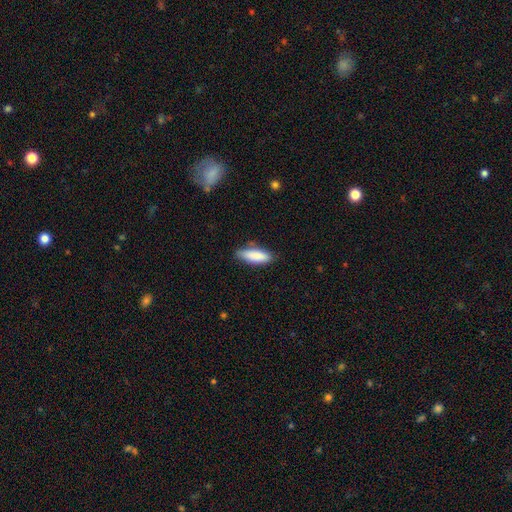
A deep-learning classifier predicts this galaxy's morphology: Smooth or featured?
  - smooth: 87% *
  - featured or disk: 8%
  - star or artifact: 6%
How rounded?
  - in between: 57% *
  - cigar-shaped: 42%
  - round: 2%
Merging?
  - none: 78% *
  - minor disturbance: 17%
  - major disturbance: 3%
  - merger: 2%